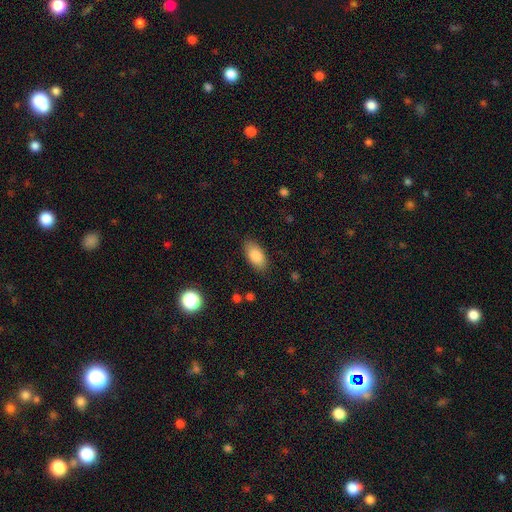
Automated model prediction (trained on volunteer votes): The model was most divided on "merging": none: 85%, minor disturbance: 11%, major disturbance: 3%, merger: 1%. More confident: how rounded — in between (92%); smooth or featured — smooth (85%).